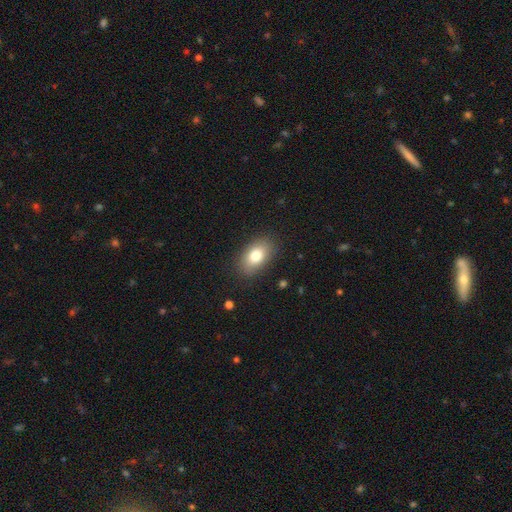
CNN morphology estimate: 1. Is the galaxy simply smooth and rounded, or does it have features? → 80% smooth, 12% featured or disk, 8% star or artifact.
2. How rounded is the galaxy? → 89% in between, 9% round, 2% cigar-shaped.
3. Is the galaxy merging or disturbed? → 85% none, 11% minor disturbance, 3% major disturbance, 1% merger.